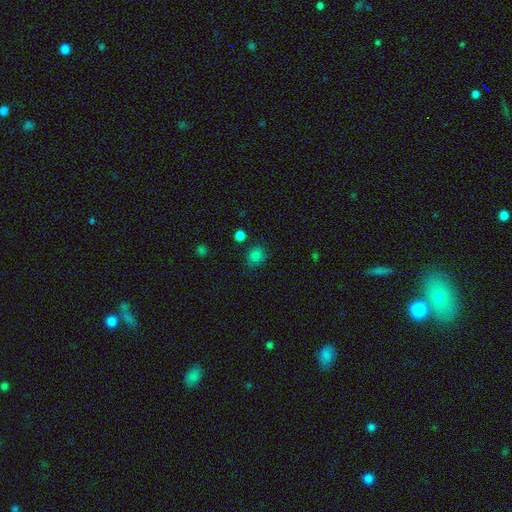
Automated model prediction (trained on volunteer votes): Q: Smooth or featured?
A: smooth (82%); runner-up: star or artifact (14%)
Q: How rounded?
A: round (75%); runner-up: in between (24%)
Q: Merging?
A: none (79%); runner-up: minor disturbance (13%)